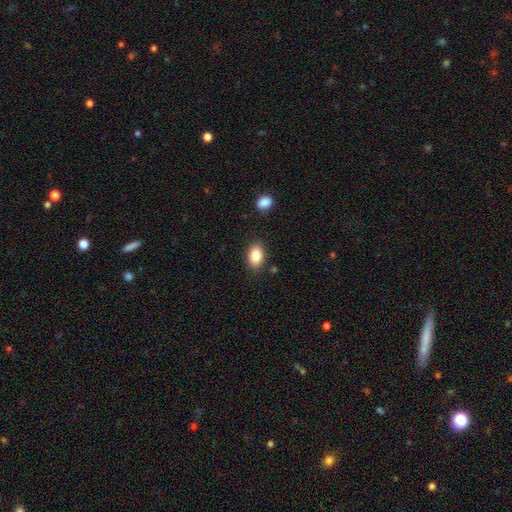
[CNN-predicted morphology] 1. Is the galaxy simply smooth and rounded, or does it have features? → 87% smooth, 8% star or artifact, 6% featured or disk.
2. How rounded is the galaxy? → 86% in between, 13% round, 1% cigar-shaped.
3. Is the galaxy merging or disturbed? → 84% none, 11% minor disturbance, 3% major disturbance, 2% merger.